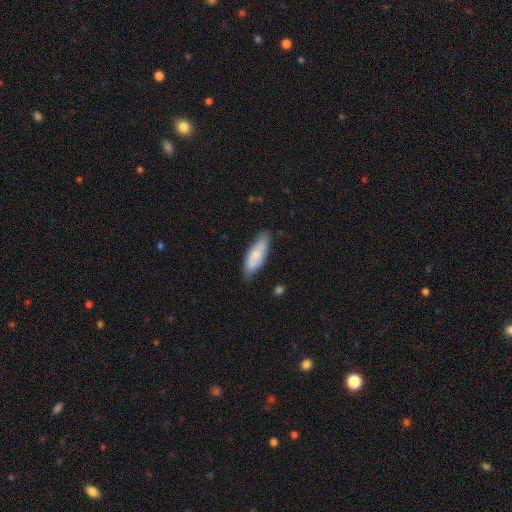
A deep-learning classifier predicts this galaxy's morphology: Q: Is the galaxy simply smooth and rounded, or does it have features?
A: smooth — 72%.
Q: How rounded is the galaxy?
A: in between — 65%.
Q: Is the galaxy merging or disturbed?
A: none — 75%.